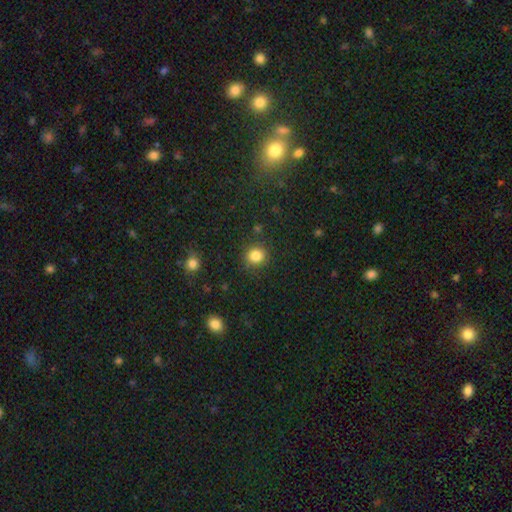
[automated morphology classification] smooth_or_featured: smooth (p=0.85) [alt: star or artifact p=0.11]
how_rounded: round (p=0.85) [alt: in between p=0.14]
merging: none (p=0.87) [alt: minor disturbance p=0.08]